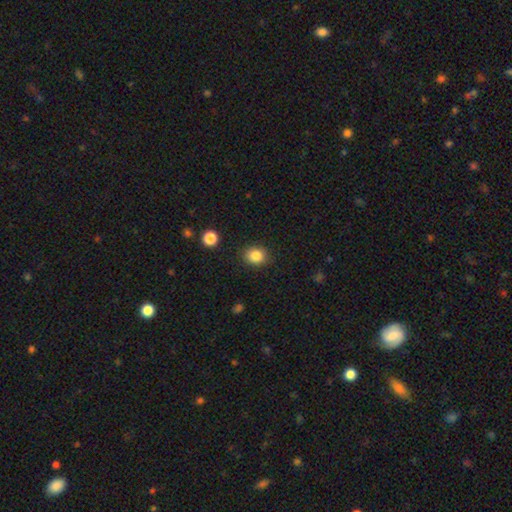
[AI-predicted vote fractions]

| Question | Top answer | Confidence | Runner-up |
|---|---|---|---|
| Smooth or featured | smooth | 85% | star or artifact (10%) |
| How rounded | round | 63% | in between (37%) |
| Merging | none | 88% | minor disturbance (8%) |